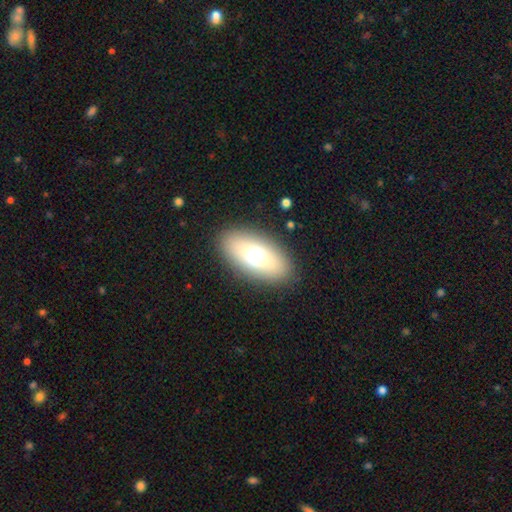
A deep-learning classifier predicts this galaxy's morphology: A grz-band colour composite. It shows a smooth galaxy with no disk features (68%) that is in between round and cigar-shaped (88%). Merging: none (87%).